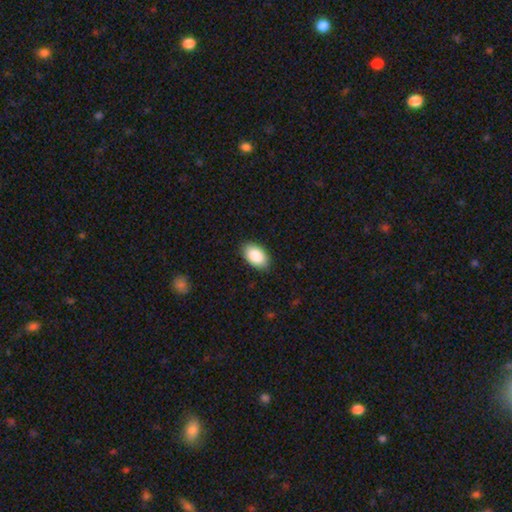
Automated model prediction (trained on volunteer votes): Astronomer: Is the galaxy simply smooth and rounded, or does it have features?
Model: smooth — 89%.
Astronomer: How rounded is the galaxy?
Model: in between — 94%.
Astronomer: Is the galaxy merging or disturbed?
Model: none — 88%.